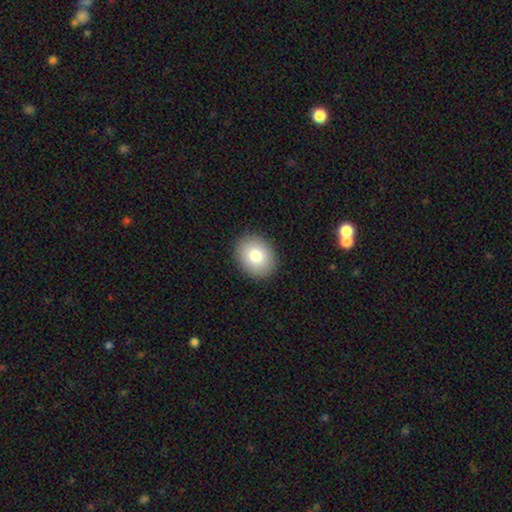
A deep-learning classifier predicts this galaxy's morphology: smooth_or_featured: smooth (p=0.82) [alt: featured or disk p=0.10]
how_rounded: round (p=0.58) [alt: in between p=0.41]
merging: none (p=0.90) [alt: minor disturbance p=0.07]